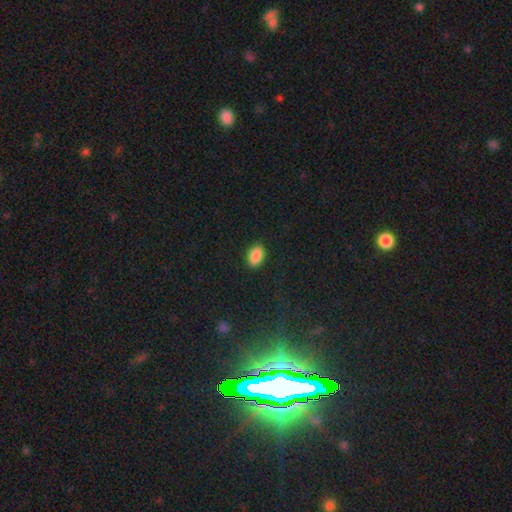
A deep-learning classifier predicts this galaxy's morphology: Overall: smooth (89%). How rounded: in between (90%). Merging: none (89%).